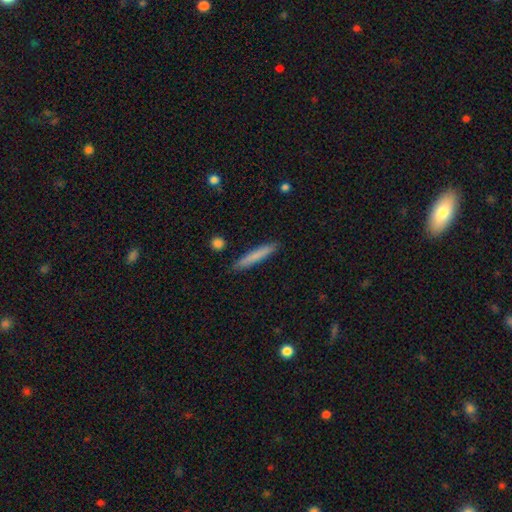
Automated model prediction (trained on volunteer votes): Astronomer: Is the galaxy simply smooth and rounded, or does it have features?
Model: smooth — 77%.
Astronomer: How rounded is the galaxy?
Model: cigar-shaped — 95%.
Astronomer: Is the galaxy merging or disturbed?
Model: none — 89%.